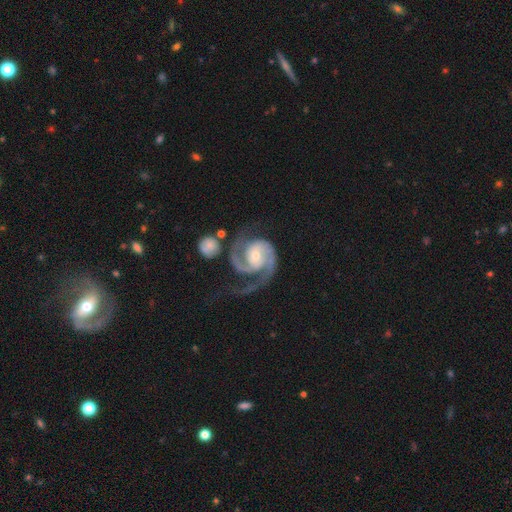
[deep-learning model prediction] smooth-or-featured: featured or disk: 92% | star or artifact: 4% | smooth: 4%
  disk-edge-on: no: 98% | yes: 2%
    bar: no: 58% | weak: 29% | strong: 12%
    has-spiral-arms: yes: 98% | no: 2%
      spiral-winding: medium: 51% | tight: 36% | loose: 13%
      spiral-arm-count: 2: 89% | 3: 3% | 1: 3% | can't tell: 2% | 4: 1% | more than 4: 1%
    bulge-size: small: 51% | moderate: 43% | large: 3% | none: 2% | dominant: 1%
  merging: none: 58% | major disturbance: 20% | minor disturbance: 16% | merger: 6%